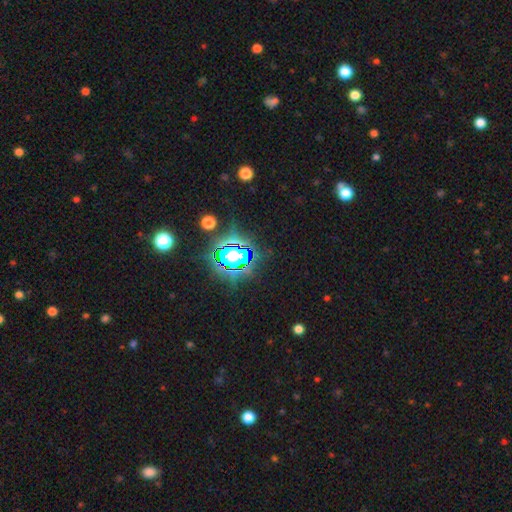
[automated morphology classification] type=star or artifact (72%).